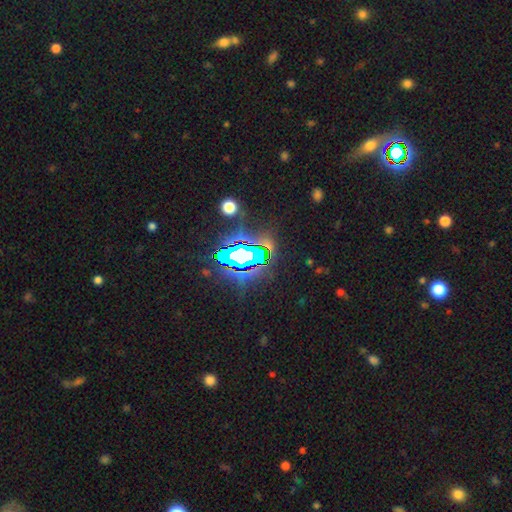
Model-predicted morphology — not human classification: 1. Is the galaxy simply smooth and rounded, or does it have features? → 73% star or artifact, 13% featured or disk, 13% smooth.